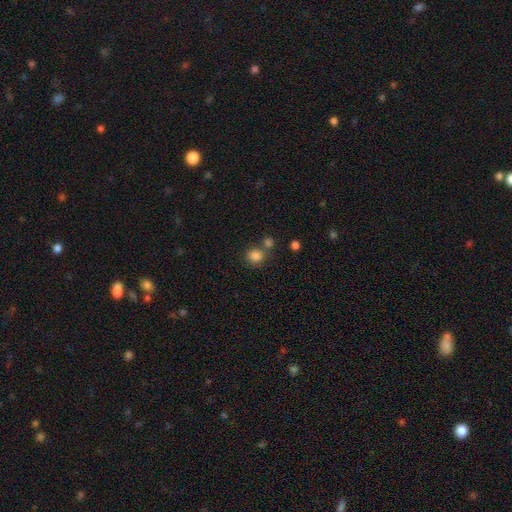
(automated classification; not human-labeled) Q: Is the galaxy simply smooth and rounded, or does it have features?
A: smooth — 83%.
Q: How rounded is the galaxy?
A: round — 87%.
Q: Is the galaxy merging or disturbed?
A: none — 67%.